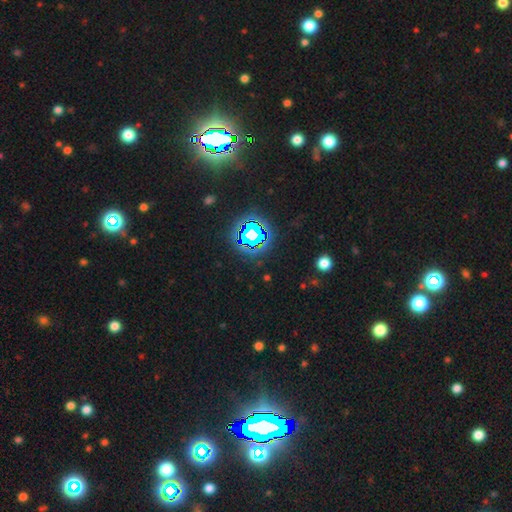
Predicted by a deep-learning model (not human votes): This is clearly a star or artifact rather than a galaxy (82%).